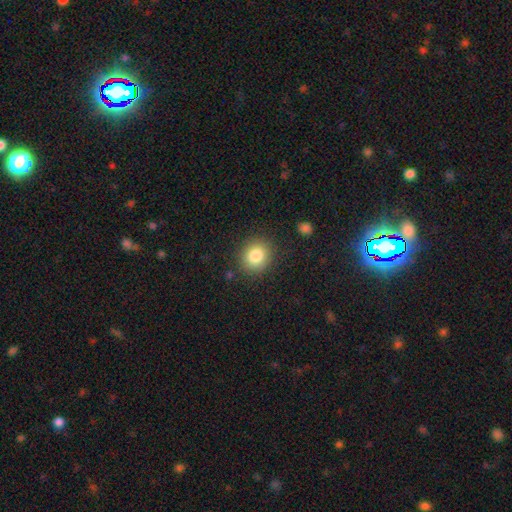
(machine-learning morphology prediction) This is clearly a smooth galaxy (82%). How rounded: likely round (77%). Merging: clearly none (87%).